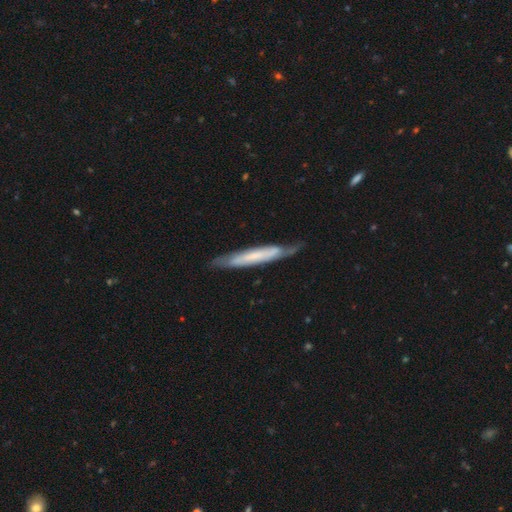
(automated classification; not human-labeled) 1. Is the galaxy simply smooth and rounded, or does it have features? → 56% featured or disk, 38% smooth, 6% star or artifact.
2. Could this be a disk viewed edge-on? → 70% yes, 30% no.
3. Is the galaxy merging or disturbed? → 71% none, 21% minor disturbance, 6% major disturbance, 2% merger.